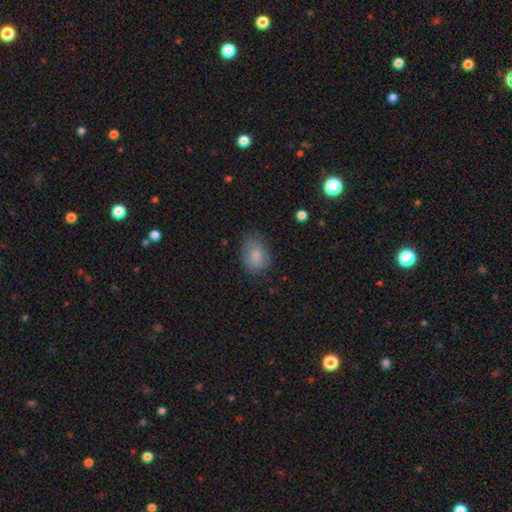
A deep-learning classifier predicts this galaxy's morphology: This is clearly a smooth galaxy (82%). How rounded: likely in between (65%). Merging: likely none (68%).